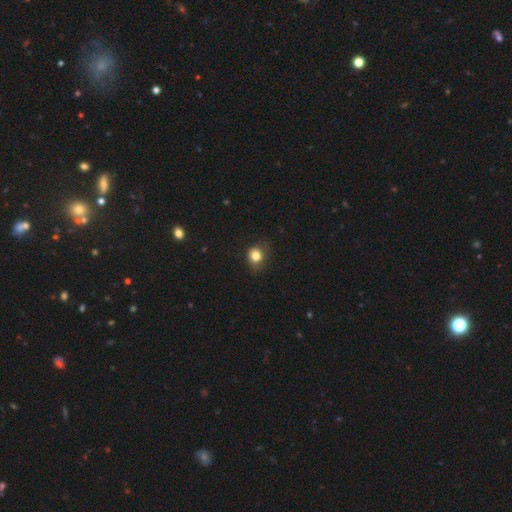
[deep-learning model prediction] This appears to be a smooth galaxy with no disk features (82%) that is round (75%). Merging: none (73%).